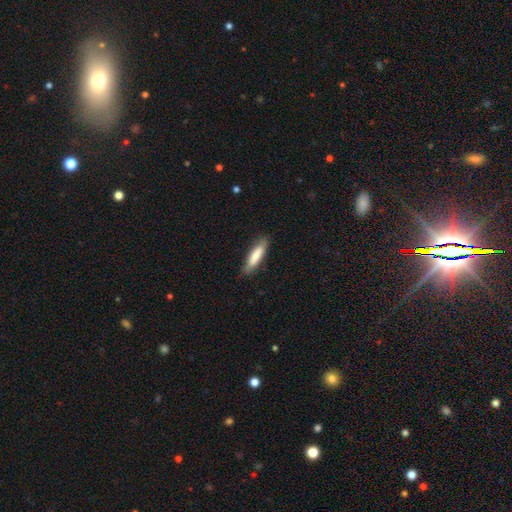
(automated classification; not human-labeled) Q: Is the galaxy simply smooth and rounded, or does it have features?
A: smooth — 76%.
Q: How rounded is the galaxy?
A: cigar-shaped — 73%.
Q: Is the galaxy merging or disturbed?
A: none — 83%.